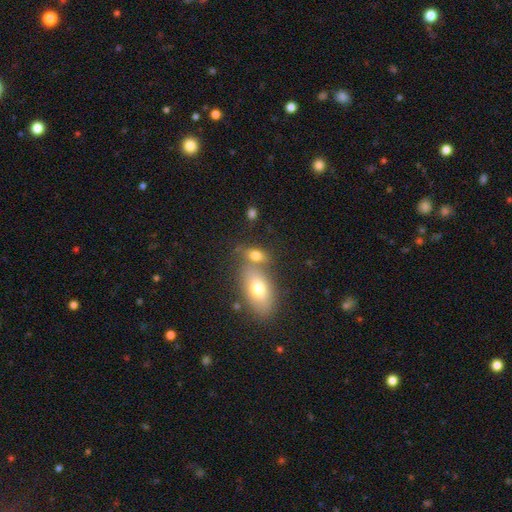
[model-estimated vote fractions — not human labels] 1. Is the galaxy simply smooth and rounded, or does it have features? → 76% smooth, 14% featured or disk, 10% star or artifact.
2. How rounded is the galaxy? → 82% in between, 12% round, 6% cigar-shaped.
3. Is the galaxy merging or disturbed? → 47% none, 38% merger, 11% minor disturbance, 5% major disturbance.